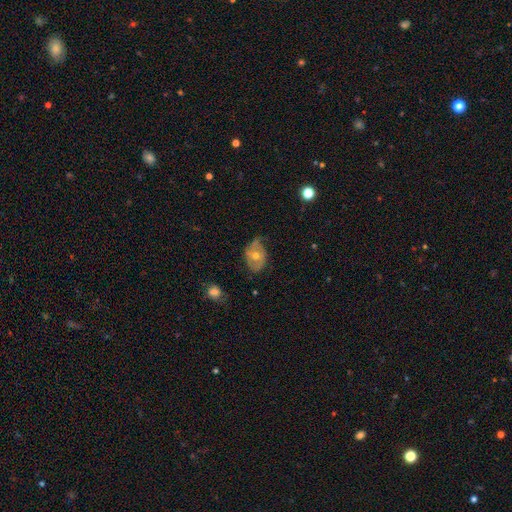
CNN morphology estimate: smooth_or_featured: featured or disk (p=0.65) [alt: smooth p=0.27]
disk_edge_on: no (p=0.95) [alt: yes p=0.05]
bar: no (p=0.76) [alt: weak p=0.19]
has_spiral_arms: yes (p=0.68) [alt: no p=0.32]
bulge_size: moderate (p=0.68) [alt: small p=0.27]
merging: none (p=0.58) [alt: minor disturbance p=0.30]